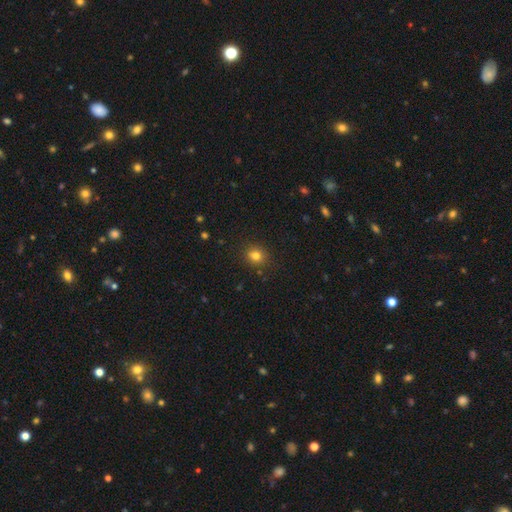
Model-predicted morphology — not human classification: This is likely a smooth galaxy (80%). How rounded: likely round (77%). Merging: clearly none (87%).